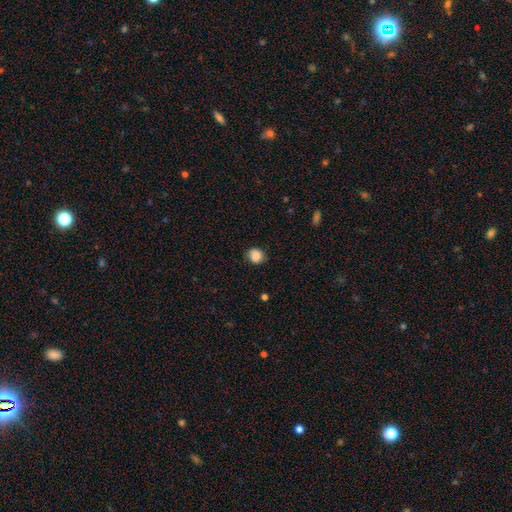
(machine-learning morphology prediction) smooth-or-featured: smooth: 85% | star or artifact: 9% | featured or disk: 5%
  how-rounded: round: 80% | in between: 19% | cigar-shaped: 1%
  merging: none: 77% | minor disturbance: 18% | major disturbance: 4% | merger: 1%